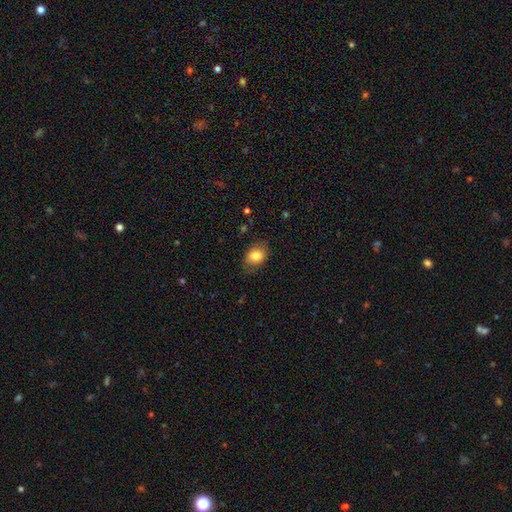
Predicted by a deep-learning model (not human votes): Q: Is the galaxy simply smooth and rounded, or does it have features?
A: smooth — 81%.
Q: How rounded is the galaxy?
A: in between — 66%.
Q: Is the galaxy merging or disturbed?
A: none — 74%.